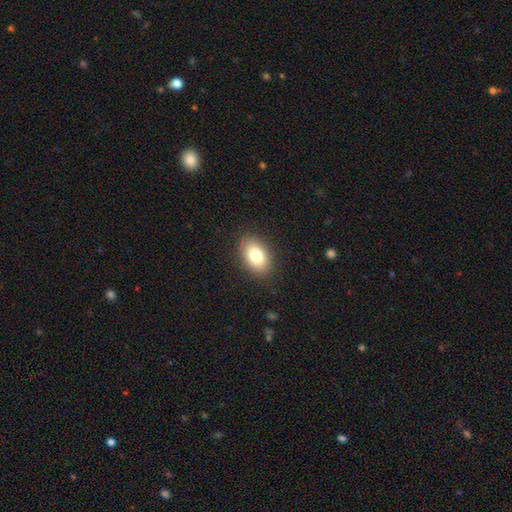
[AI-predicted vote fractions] Morphology: type=smooth (80%); roundness=in between (86%); merging=none (87%).